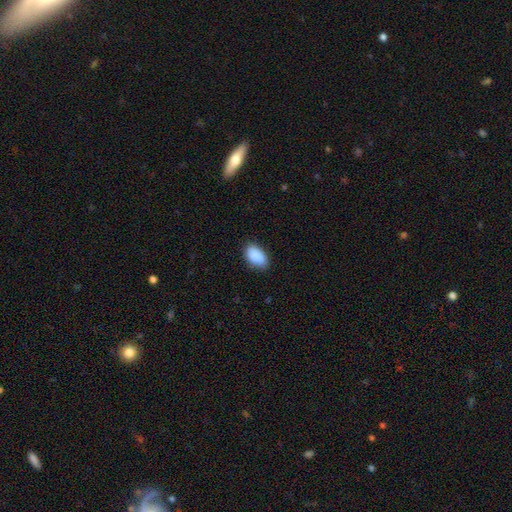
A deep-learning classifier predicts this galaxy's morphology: smooth 90%, star or artifact 7%, featured or disk 4%. Down the decision tree: how rounded — in between (93%); merging — none (81%).